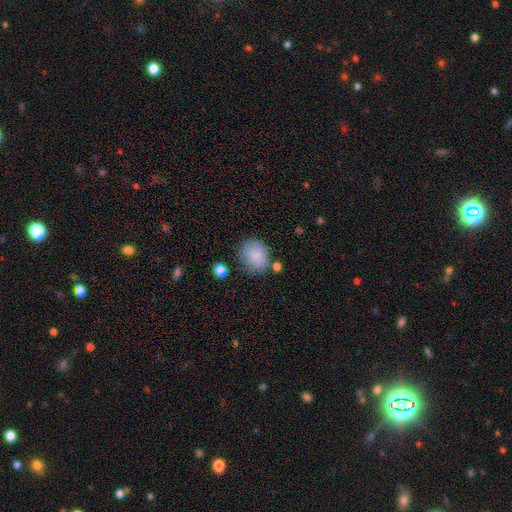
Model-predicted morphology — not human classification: This appears to be a smooth galaxy with no disk features (84%) that is round (62%). Merging: none (71%).